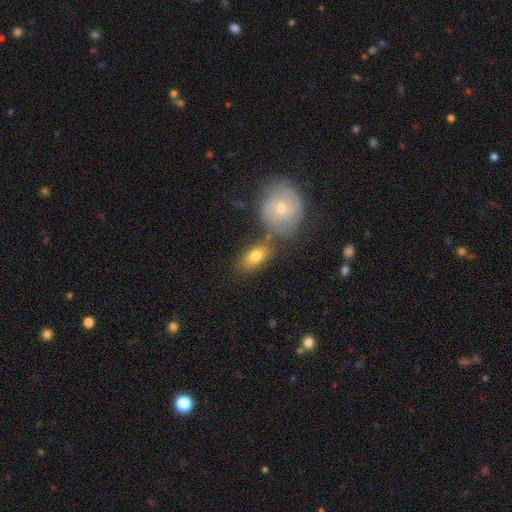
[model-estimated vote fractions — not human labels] Smooth or featured? smooth (75%)
How rounded? in between (85%)
Merging? none (62%)